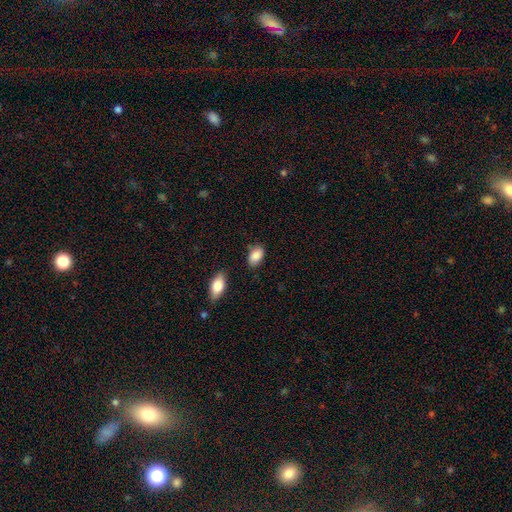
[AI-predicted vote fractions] Smooth or featured: smooth — 87% (star or artifact — 7%)
How rounded: in between — 90% (round — 8%)
Merging: none — 77% (minor disturbance — 17%)